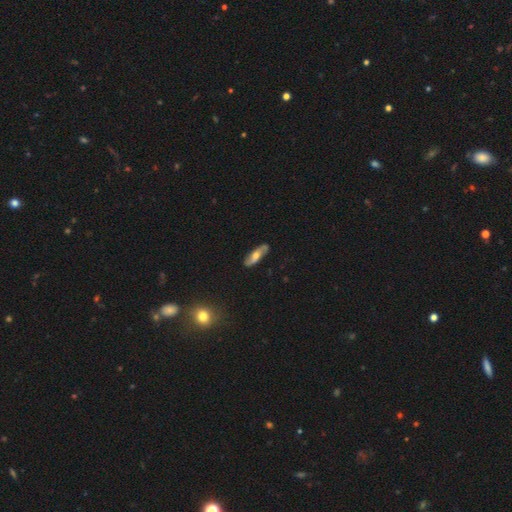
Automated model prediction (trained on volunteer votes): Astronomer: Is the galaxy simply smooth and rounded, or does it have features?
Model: featured or disk — 54% (runner-up: smooth, 39%).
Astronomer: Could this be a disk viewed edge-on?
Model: no — 73%.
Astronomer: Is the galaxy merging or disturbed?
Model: none — 81%.